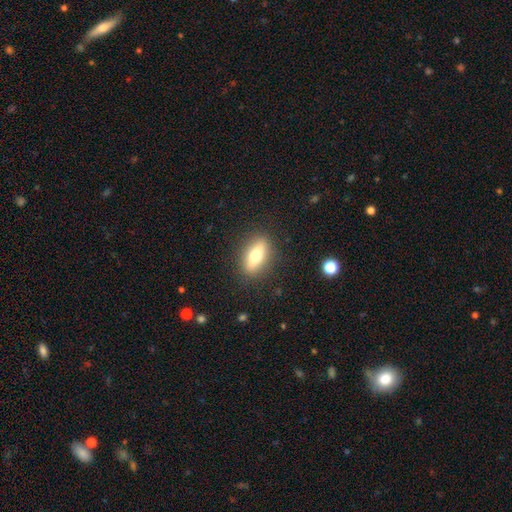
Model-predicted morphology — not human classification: Smooth or featured: smooth — 62% (featured or disk — 30%)
How rounded: in between — 73% (cigar-shaped — 20%)
Merging: none — 87% (minor disturbance — 9%)